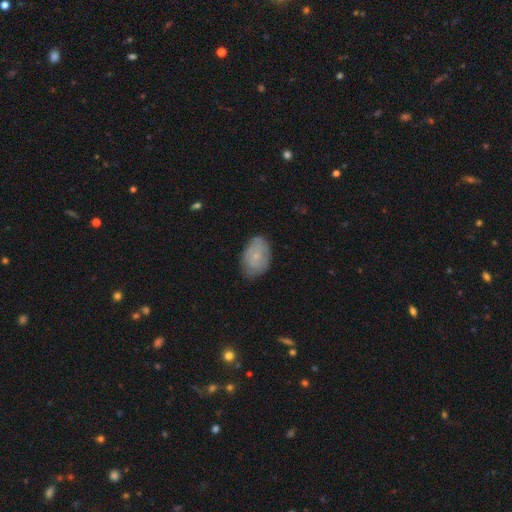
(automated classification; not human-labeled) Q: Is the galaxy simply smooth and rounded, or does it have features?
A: smooth — 59%.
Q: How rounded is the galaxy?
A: in between — 86%.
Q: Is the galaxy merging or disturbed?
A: none — 71%.